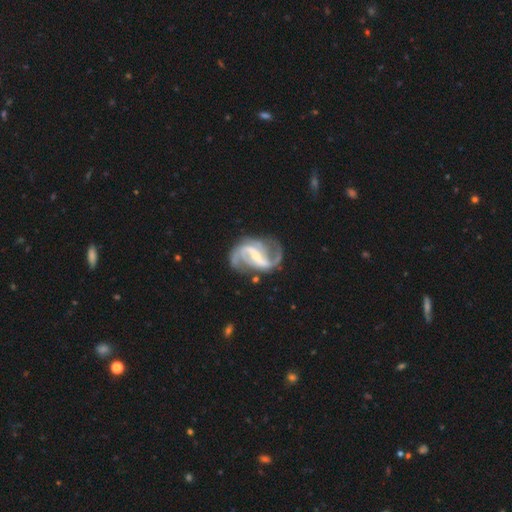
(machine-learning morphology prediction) Smooth or featured?
  - featured or disk: 91% *
  - star or artifact: 5%
  - smooth: 4%
Edge-on disk?
  - no: 98% *
  - yes: 2%
Bar?
  - strong: 58% *
  - weak: 32%
  - no: 10%
Spiral arms?
  - yes: 97% *
  - no: 3%
Spiral winding?
  - medium: 47% *
  - loose: 41%
  - tight: 12%
Spiral arm count?
  - 2: 84% *
  - 3: 6%
  - can't tell: 4%
  - 1: 2%
  - 4: 2%
  - more than 4: 2%
Bulge size?
  - small: 64% *
  - moderate: 28%
  - none: 5%
  - large: 2%
  - dominant: 1%
Merging?
  - none: 67% *
  - minor disturbance: 17%
  - major disturbance: 13%
  - merger: 3%